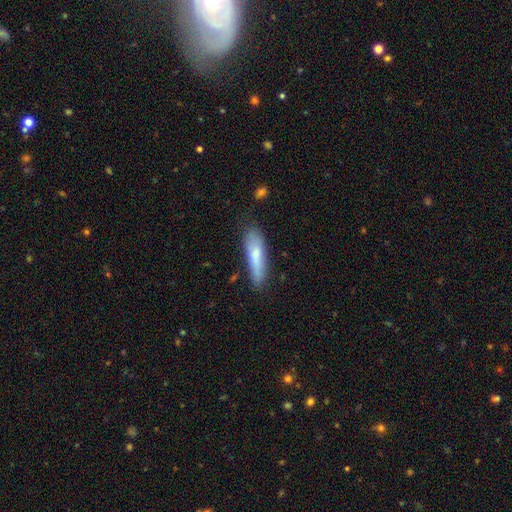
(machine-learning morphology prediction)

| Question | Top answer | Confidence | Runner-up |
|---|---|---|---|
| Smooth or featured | smooth | 71% | featured or disk (23%) |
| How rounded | cigar-shaped | 74% | in between (24%) |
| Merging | none | 71% | minor disturbance (21%) |